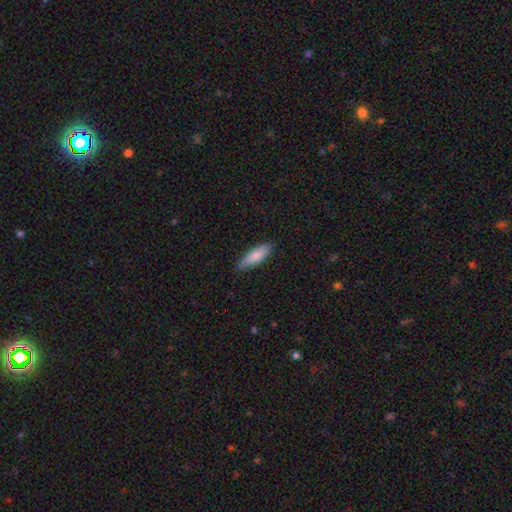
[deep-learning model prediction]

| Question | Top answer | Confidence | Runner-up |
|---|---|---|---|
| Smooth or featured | smooth | 83% | featured or disk (11%) |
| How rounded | in between | 51% | cigar-shaped (47%) |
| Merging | none | 82% | minor disturbance (15%) |